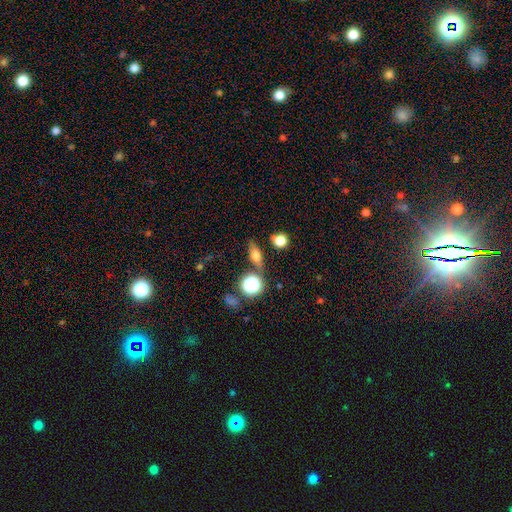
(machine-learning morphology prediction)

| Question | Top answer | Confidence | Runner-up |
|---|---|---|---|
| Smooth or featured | smooth | 56% | featured or disk (29%) |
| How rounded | in between | 56% | round (23%) |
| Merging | none | 77% | minor disturbance (13%) |